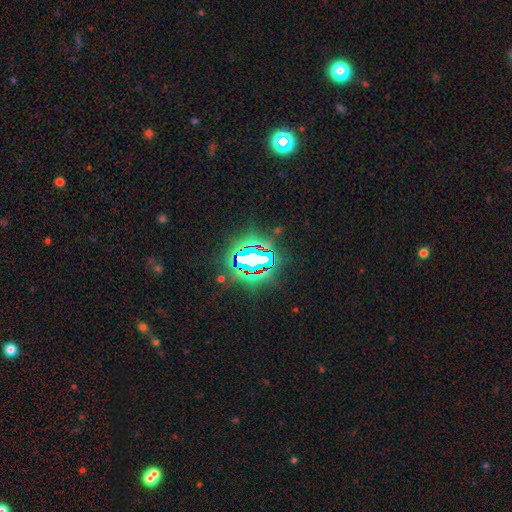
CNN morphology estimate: Q: Smooth or featured?
A: star or artifact (78%); runner-up: smooth (12%)